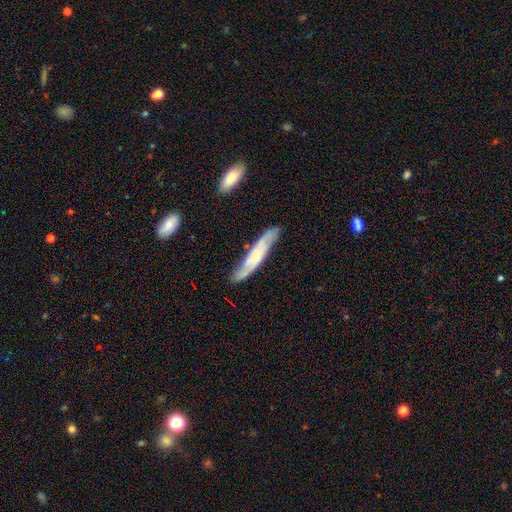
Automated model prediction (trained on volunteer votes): smooth-or-featured: featured or disk: 61% | smooth: 33% | star or artifact: 6%
  disk-edge-on: no: 58% | yes: 42%
  merging: none: 78% | minor disturbance: 16% | major disturbance: 4% | merger: 2%